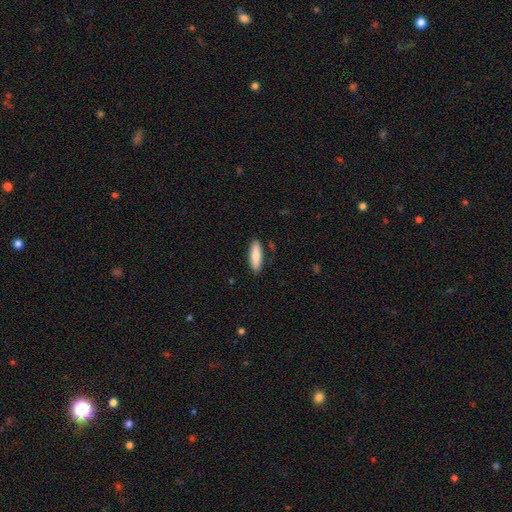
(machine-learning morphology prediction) smooth 82%, featured or disk 13%, star or artifact 6%. Down the decision tree: how rounded — cigar-shaped (51%); merging — none (86%).